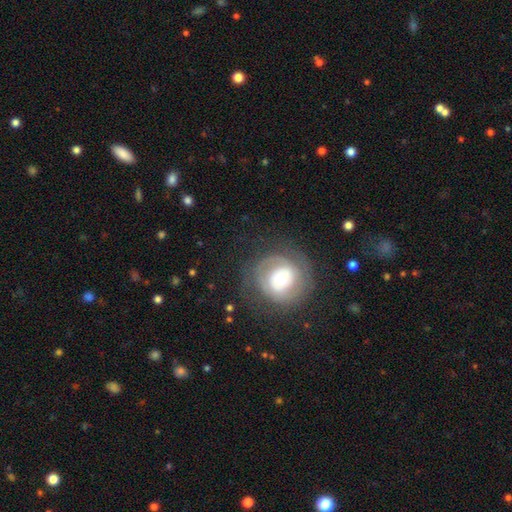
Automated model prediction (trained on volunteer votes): This appears to be a featured or disk galaxy (60%) with no bar (43%), spiral arms (81%) and a moderate central bulge (59%). Merging: none (80%).